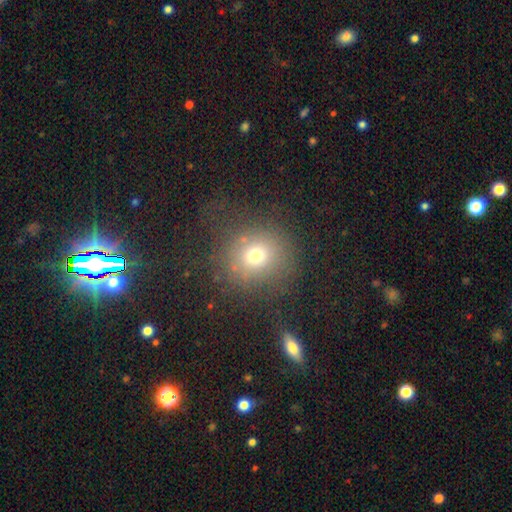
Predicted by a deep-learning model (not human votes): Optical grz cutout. It shows a smooth galaxy with no disk features (70%) that is round (83%). Merging: none (69%).